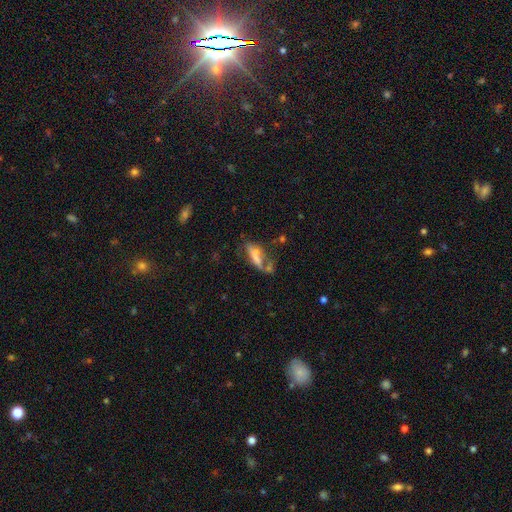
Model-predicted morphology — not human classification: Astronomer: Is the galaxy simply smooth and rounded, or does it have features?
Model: smooth — 55% (runner-up: featured or disk, 34%).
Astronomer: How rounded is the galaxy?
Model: in between — 59% (runner-up: cigar-shaped, 38%).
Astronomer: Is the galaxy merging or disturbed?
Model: major disturbance — 30% (runner-up: none, 27%).